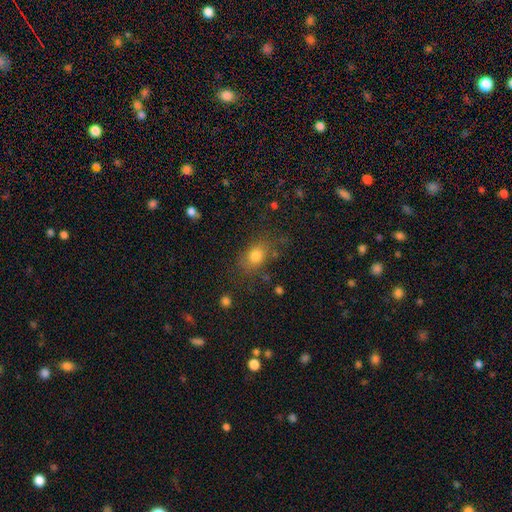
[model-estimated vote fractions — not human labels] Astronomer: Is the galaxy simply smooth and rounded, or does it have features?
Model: smooth — 78%.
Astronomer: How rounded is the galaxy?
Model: in between — 68%.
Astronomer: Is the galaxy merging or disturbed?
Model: none — 73%.